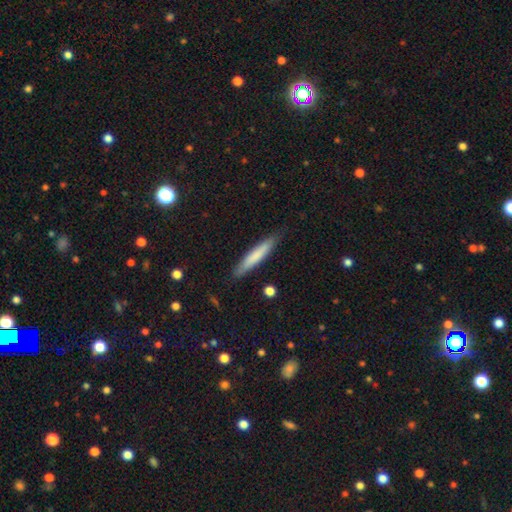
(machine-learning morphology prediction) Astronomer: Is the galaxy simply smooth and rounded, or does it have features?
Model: smooth — 73%.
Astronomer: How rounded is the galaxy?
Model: cigar-shaped — 92%.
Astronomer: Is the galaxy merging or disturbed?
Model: none — 86%.